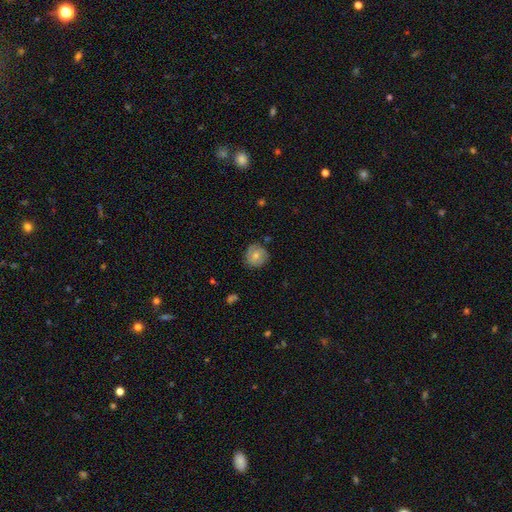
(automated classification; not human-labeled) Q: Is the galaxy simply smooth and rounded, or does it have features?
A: smooth — 60%.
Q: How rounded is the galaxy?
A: round — 90%.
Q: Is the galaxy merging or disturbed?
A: none — 77%.